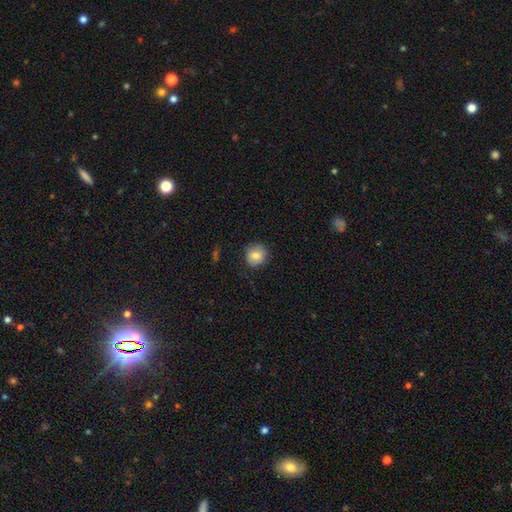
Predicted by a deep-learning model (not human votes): Smooth or featured: smooth — 83% (star or artifact — 9%)
How rounded: round — 87% (in between — 12%)
Merging: none — 85% (minor disturbance — 11%)